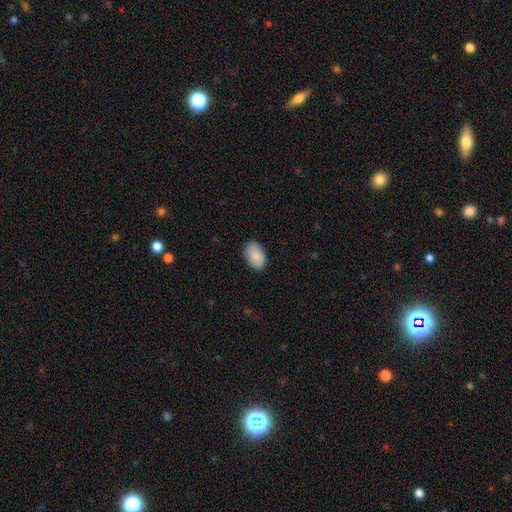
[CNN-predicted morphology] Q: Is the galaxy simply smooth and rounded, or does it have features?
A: smooth — 89%.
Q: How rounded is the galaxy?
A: in between — 93%.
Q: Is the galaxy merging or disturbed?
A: none — 86%.